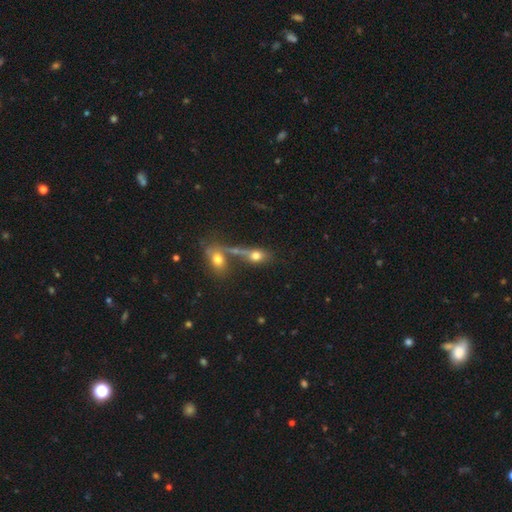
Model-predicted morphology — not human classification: A smooth galaxy with no disk features (69%) that is in between round and cigar-shaped (66%).

Vote fractions:
- Smooth or featured? smooth: 69% / featured or disk: 19% / star or artifact: 13%
- How rounded? in between: 66% / round: 27% / cigar-shaped: 8%
- Merging? merger: 46% / none: 33% / minor disturbance: 11% / major disturbance: 10%